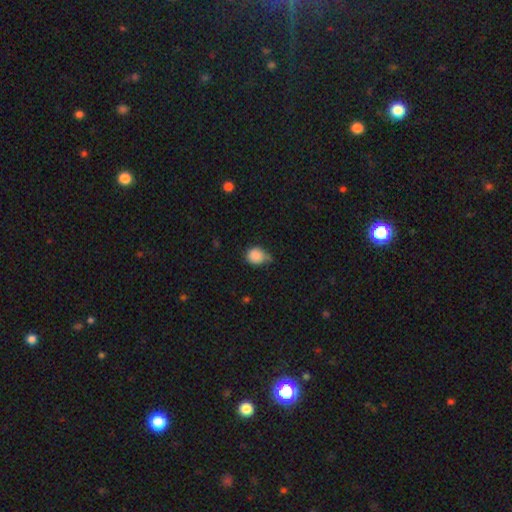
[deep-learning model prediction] A smooth galaxy with no disk features (85%) that is round (75%).

Vote fractions:
- Smooth or featured? smooth: 85% / star or artifact: 9% / featured or disk: 6%
- How rounded? round: 75% / in between: 24% / cigar-shaped: 1%
- Merging? minor disturbance: 43% / none: 41% / major disturbance: 11% / merger: 5%